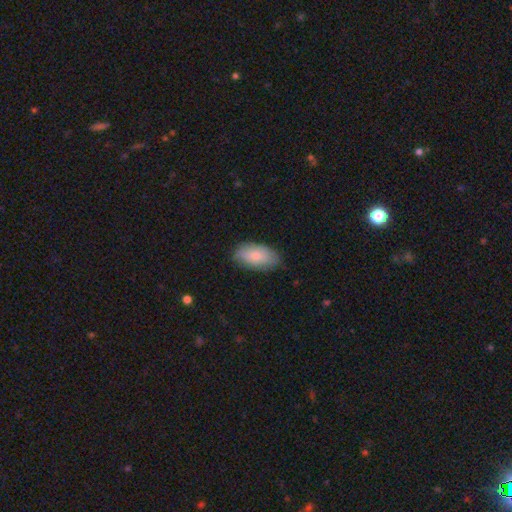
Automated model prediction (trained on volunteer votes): smooth 80%, featured or disk 14%, star or artifact 6%. Down the decision tree: how rounded — in between (94%); merging — none (78%).